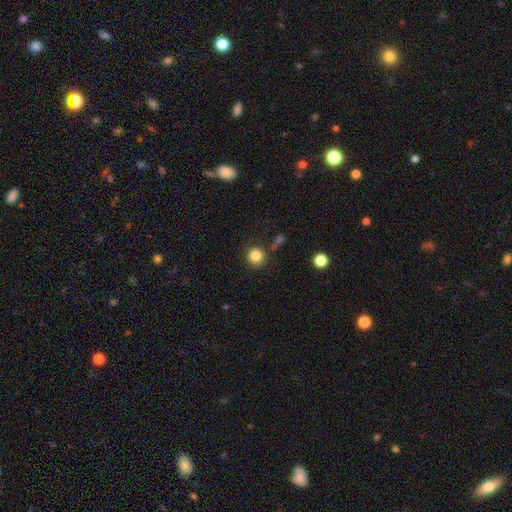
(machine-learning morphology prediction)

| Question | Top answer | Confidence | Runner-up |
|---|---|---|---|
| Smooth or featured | smooth | 84% | star or artifact (11%) |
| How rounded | round | 93% | in between (6%) |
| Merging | none | 83% | minor disturbance (9%) |